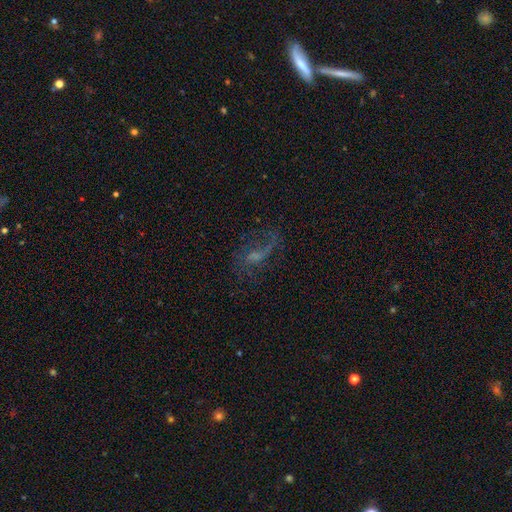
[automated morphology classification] smooth-or-featured: featured or disk: 64% | smooth: 21% | star or artifact: 15%
  disk-edge-on: no: 94% | yes: 6%
    bar: no: 46% | weak: 41% | strong: 12%
    has-spiral-arms: yes: 78% | no: 22%
    bulge-size: none: 43% | small: 34% | moderate: 18% | large: 4% | dominant: 1%
  merging: none: 50% | major disturbance: 29% | minor disturbance: 17% | merger: 3%